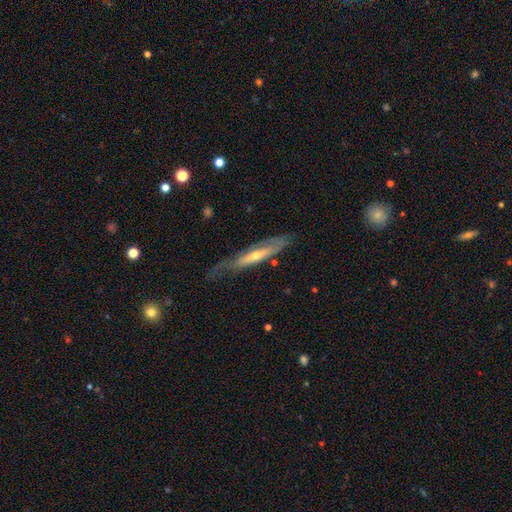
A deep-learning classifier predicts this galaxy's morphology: This appears to be a featured or disk galaxy (69%) viewed edge-on (62%). Merging: none (59%).